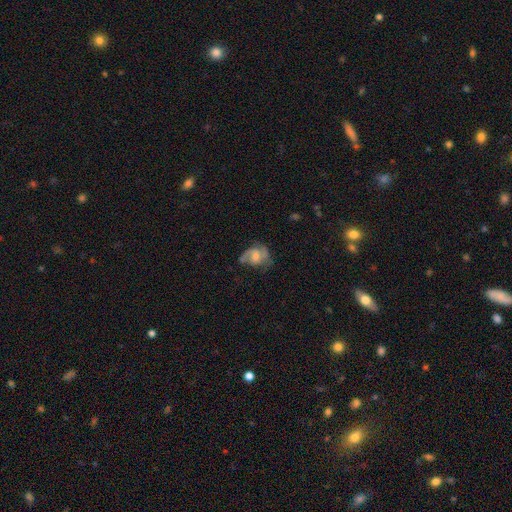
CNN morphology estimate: Overall: featured or disk (59%; smooth 33%). Edge-on disk: no (97%). Bar: no (52%; weak 40%). Spiral arms: yes (77%). Bulge size: moderate (40%; small 30%). Merging: none (41%; major disturbance 29%).